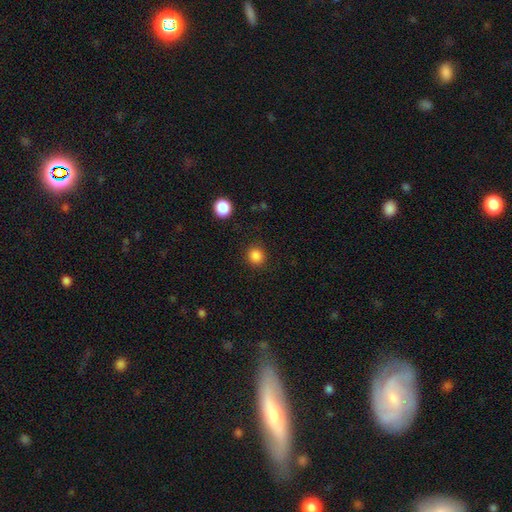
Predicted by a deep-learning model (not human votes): smooth_or_featured: smooth (p=0.85) [alt: star or artifact p=0.12]
how_rounded: round (p=0.90) [alt: in between p=0.09]
merging: none (p=0.89) [alt: minor disturbance p=0.07]